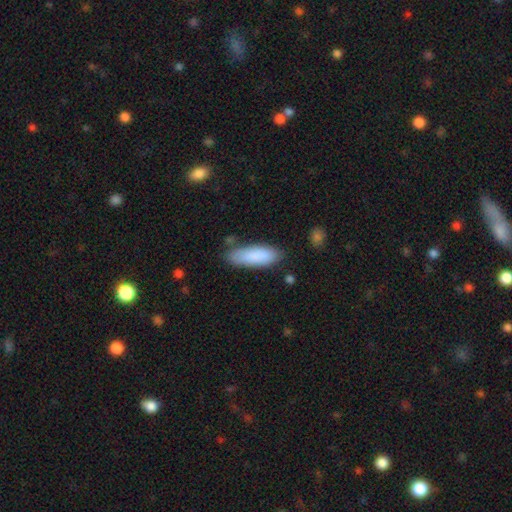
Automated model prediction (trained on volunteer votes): Smooth or featured? Predicted: smooth (p=0.87). How rounded? Predicted: in between (p=0.62). Merging? Predicted: none (p=0.77).